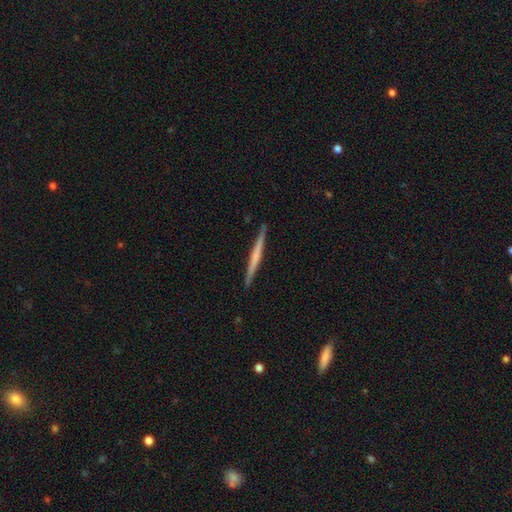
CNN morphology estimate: Smooth or featured?
  - featured or disk: 56% *
  - smooth: 39%
  - star or artifact: 5%
Edge-on disk?
  - yes: 98% *
  - no: 2%
Edge-on bulge?
  - none: 71% *
  - rounded: 19%
  - boxy: 10%
Merging?
  - none: 92% *
  - minor disturbance: 6%
  - major disturbance: 1%
  - merger: 1%